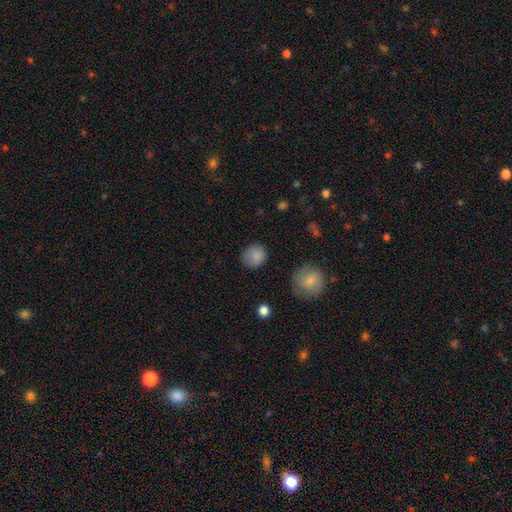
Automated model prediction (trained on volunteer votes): Smooth or featured?
  - smooth: 86% *
  - star or artifact: 8%
  - featured or disk: 5%
How rounded?
  - round: 86% *
  - in between: 13%
  - cigar-shaped: 1%
Merging?
  - none: 85% *
  - minor disturbance: 10%
  - major disturbance: 3%
  - merger: 1%